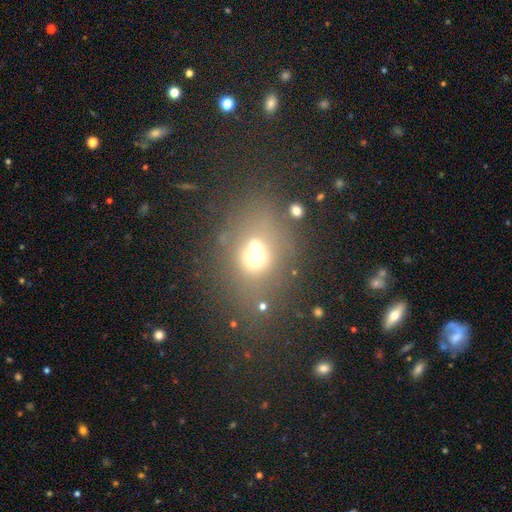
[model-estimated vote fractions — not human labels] Morphology: type=smooth (55%); roundness=round (57%); merging=merger (45%).